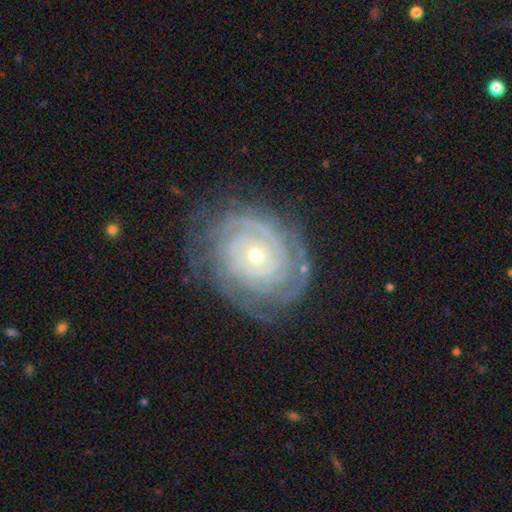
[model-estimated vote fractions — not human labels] Smooth or featured?
  - featured or disk: 85% *
  - smooth: 8%
  - star or artifact: 7%
Edge-on disk?
  - no: 96% *
  - yes: 4%
Bar?
  - no: 81% *
  - weak: 14%
  - strong: 5%
Spiral arms?
  - yes: 94% *
  - no: 6%
Spiral winding?
  - tight: 85% *
  - medium: 12%
  - loose: 3%
Spiral arm count?
  - can't tell: 36% *
  - 2: 16%
  - 3: 16%
  - 4: 15%
  - more than 4: 12%
  - 1: 6%
Bulge size?
  - small: 65% *
  - moderate: 32%
  - large: 1%
  - dominant: 1%
  - none: 1%
Merging?
  - none: 75% *
  - minor disturbance: 17%
  - major disturbance: 7%
  - merger: 1%